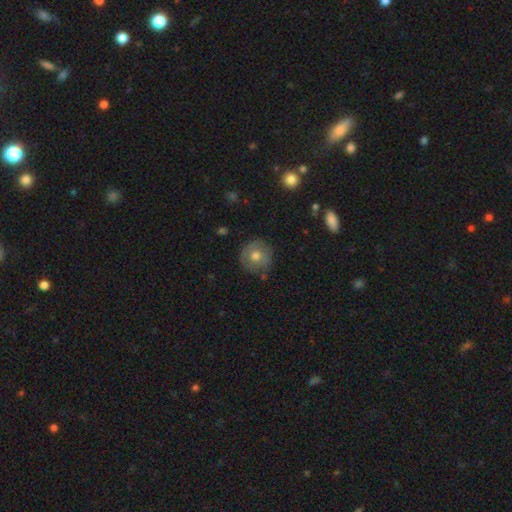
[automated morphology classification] smooth 67%, featured or disk 24%, star or artifact 9%. Down the decision tree: how rounded — round (94%); merging — none (81%).